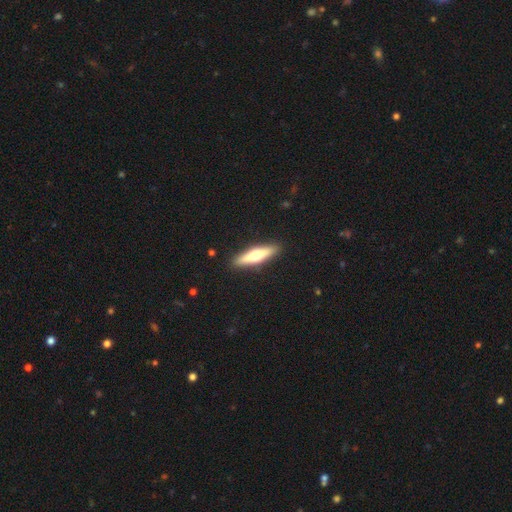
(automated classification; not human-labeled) Overall: featured or disk (49%; smooth 46%). Merging: none (91%).